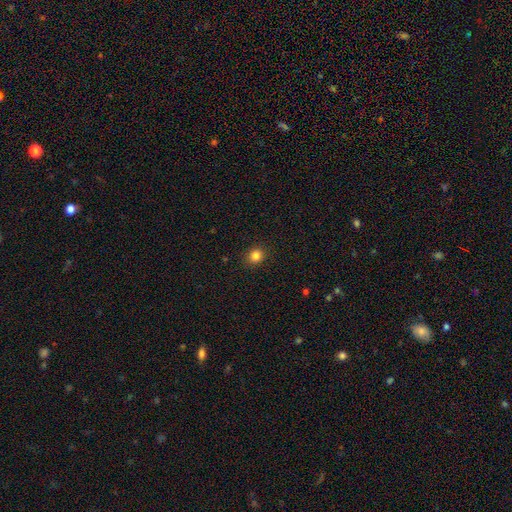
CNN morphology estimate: This is clearly a smooth galaxy (83%). How rounded: likely round (78%). Merging: clearly none (90%).